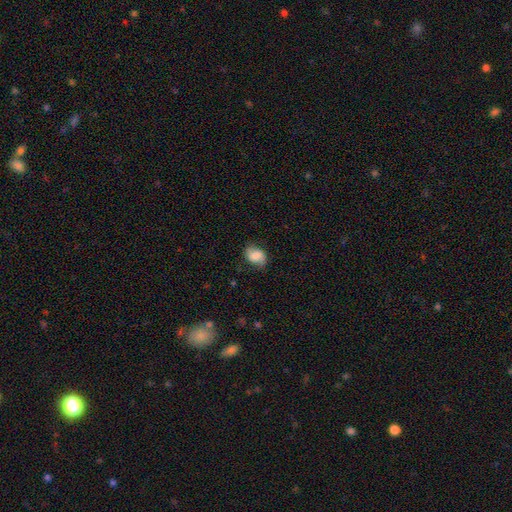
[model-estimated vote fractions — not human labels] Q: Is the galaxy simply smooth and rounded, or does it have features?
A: smooth — 60%.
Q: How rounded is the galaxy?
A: in between — 70%.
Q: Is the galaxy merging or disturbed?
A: none — 74%.